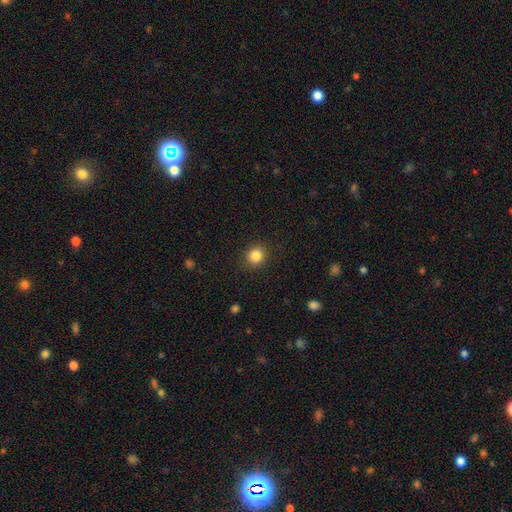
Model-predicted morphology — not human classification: The model was most divided on "how rounded": round: 85%, in between: 14%, cigar-shaped: 1%. More confident: merging — none (88%); smooth or featured — smooth (85%).